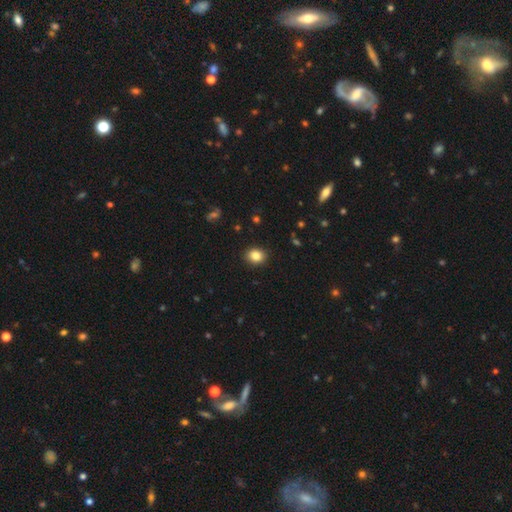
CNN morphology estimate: smooth_or_featured: smooth (p=0.86) [alt: star or artifact p=0.10]
how_rounded: round (p=0.53) [alt: in between p=0.46]
merging: none (p=0.90) [alt: minor disturbance p=0.07]